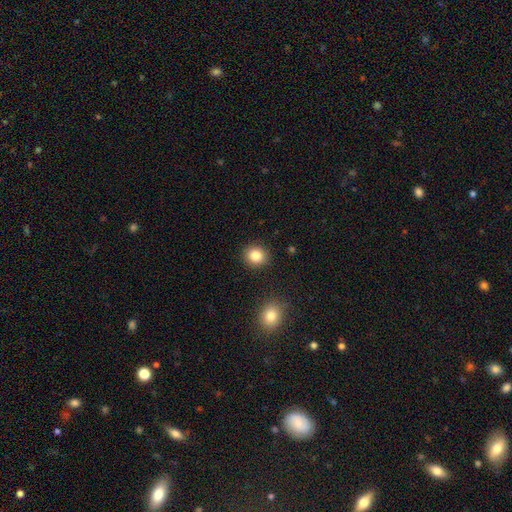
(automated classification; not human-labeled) Smooth or featured? smooth (84%)
How rounded? round (84%)
Merging? none (90%)